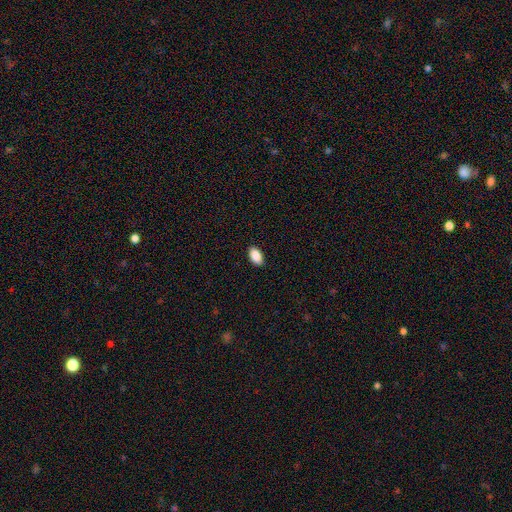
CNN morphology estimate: This is clearly a smooth galaxy (90%). How rounded: clearly in between (94%). Merging: clearly none (89%).